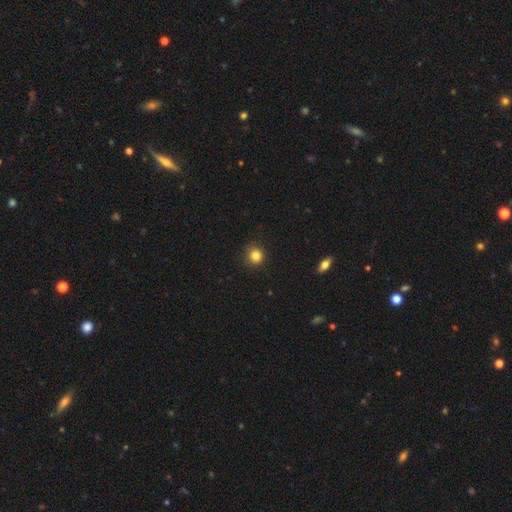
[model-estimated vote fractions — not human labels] This is clearly a smooth galaxy (83%). How rounded: clearly round (93%). Merging: clearly none (91%).